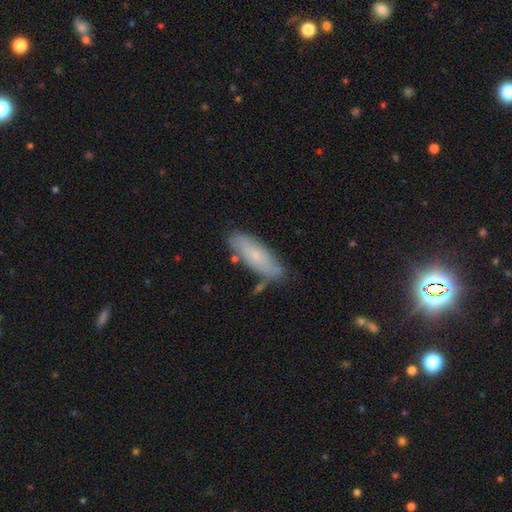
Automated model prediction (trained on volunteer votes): This is likely a smooth galaxy (65%). How rounded: possibly in between (53%). Merging: likely none (76%).